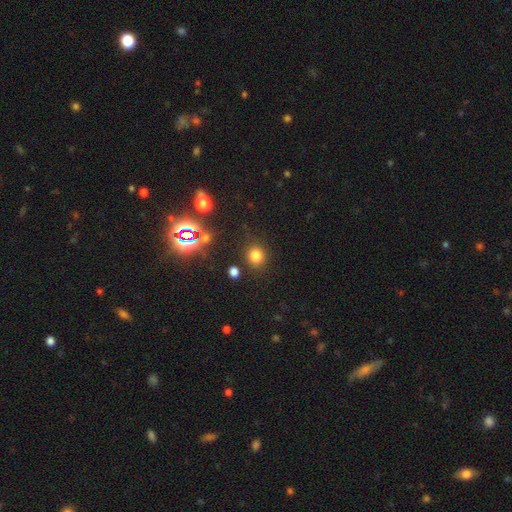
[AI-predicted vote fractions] smooth_or_featured: smooth (p=0.75) [alt: star or artifact p=0.19]
how_rounded: round (p=0.85) [alt: in between p=0.13]
merging: none (p=0.85) [alt: minor disturbance p=0.08]